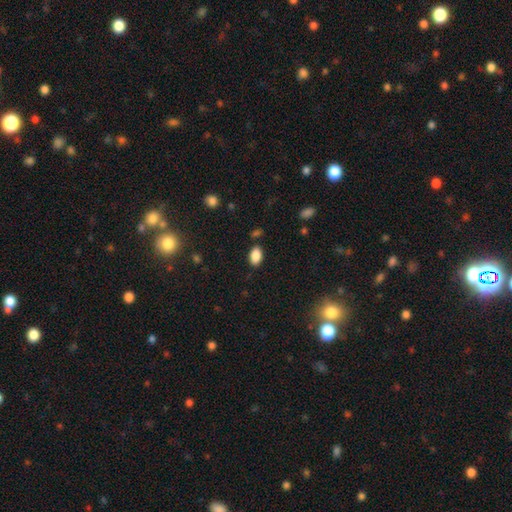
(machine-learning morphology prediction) Smooth or featured? smooth (87%)
How rounded? in between (91%)
Merging? none (84%)